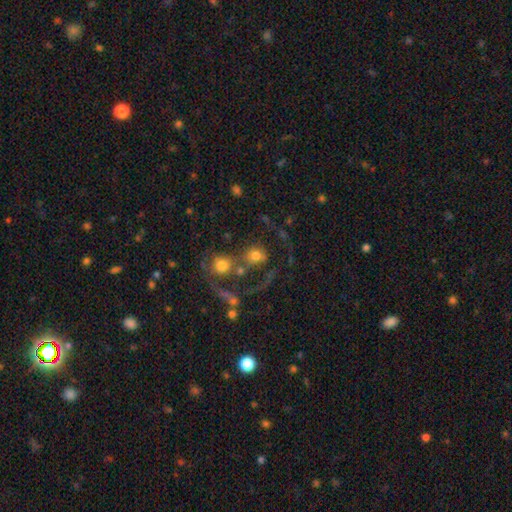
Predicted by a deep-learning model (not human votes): Morphology: type=smooth (57%); roundness=round (76%); merging=merger (50%).